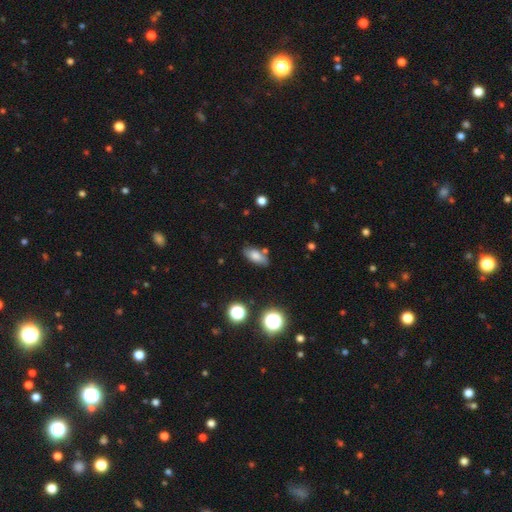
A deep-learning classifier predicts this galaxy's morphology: Q: Smooth or featured?
A: smooth (77%); runner-up: featured or disk (12%)
Q: How rounded?
A: in between (84%); runner-up: cigar-shaped (11%)
Q: Merging?
A: none (77%); runner-up: minor disturbance (14%)